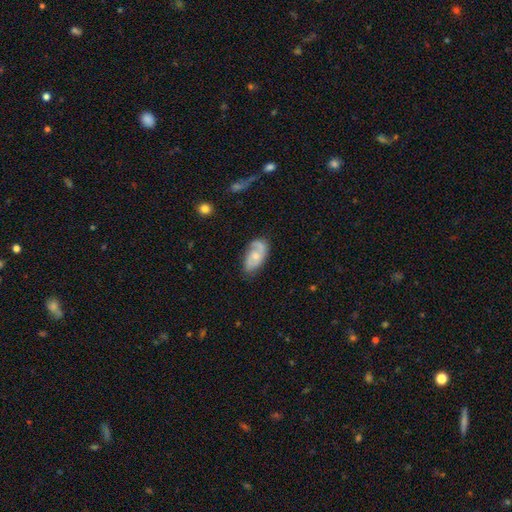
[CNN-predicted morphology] featured or disk 60%, smooth 34%, star or artifact 6%. Down the decision tree: edge-on disk — no (95%); bar — no (73%); spiral arms — yes (85%); bulge size — small (51%); merging — none (60%).